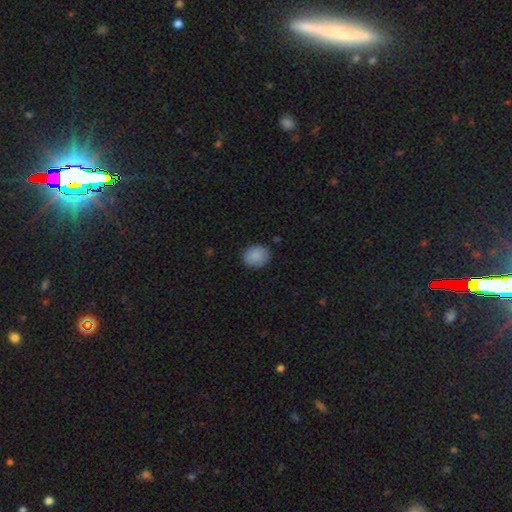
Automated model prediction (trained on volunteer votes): Smooth or featured? Predicted: smooth (p=0.88). How rounded? Predicted: round (p=0.59). Merging? Predicted: none (p=0.85).